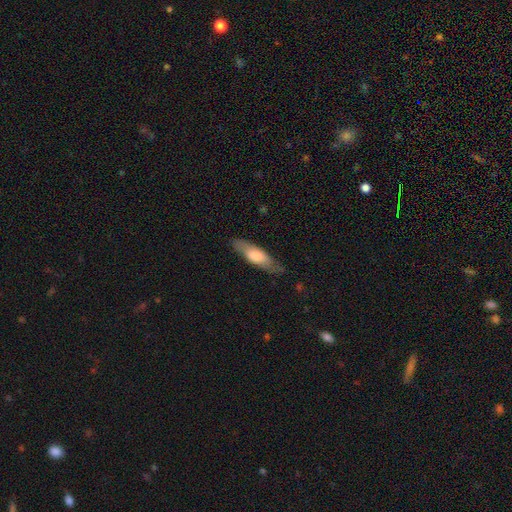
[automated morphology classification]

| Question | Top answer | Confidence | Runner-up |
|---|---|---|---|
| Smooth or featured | smooth | 62% | featured or disk (33%) |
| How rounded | cigar-shaped | 55% | in between (43%) |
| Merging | none | 78% | minor disturbance (16%) |